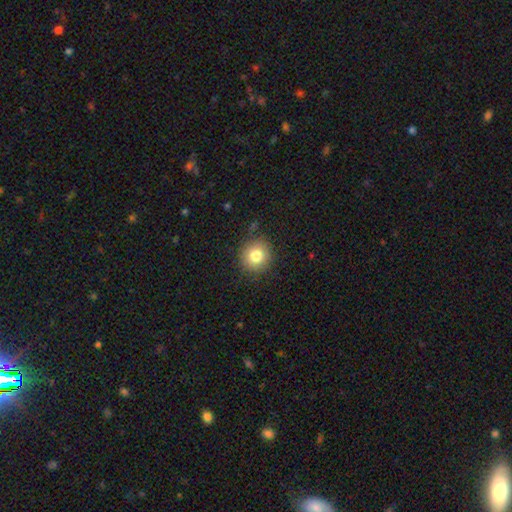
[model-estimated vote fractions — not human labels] Morphology: type=smooth (80%); roundness=round (90%); merging=none (86%).